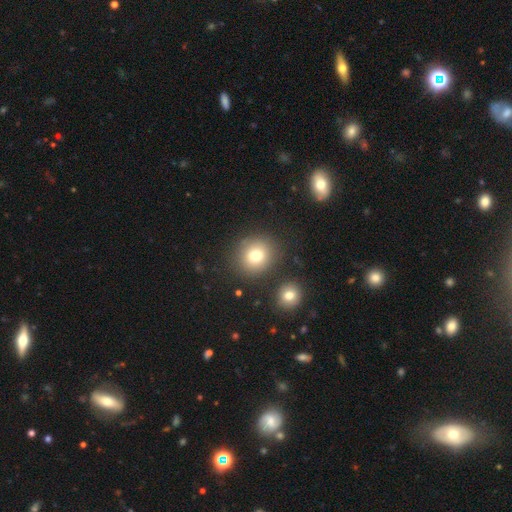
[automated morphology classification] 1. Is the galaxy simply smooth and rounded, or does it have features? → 76% smooth, 13% star or artifact, 11% featured or disk.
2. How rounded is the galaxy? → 85% round, 14% in between, 1% cigar-shaped.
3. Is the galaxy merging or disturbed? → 81% none, 9% minor disturbance, 7% merger, 4% major disturbance.